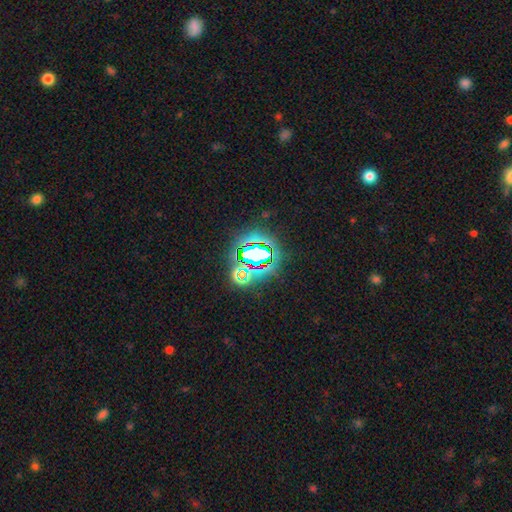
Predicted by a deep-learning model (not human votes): Smooth or featured? Predicted: star or artifact (p=0.69).